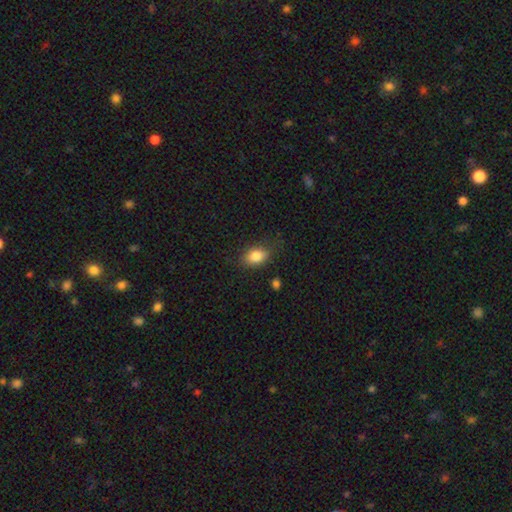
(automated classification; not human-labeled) A smooth galaxy with no disk features (84%) that is in between round and cigar-shaped (82%).

Vote fractions:
- Smooth or featured? smooth: 84% / star or artifact: 8% / featured or disk: 8%
- How rounded? in between: 82% / round: 16% / cigar-shaped: 2%
- Merging? none: 78% / minor disturbance: 16% / major disturbance: 4% / merger: 2%